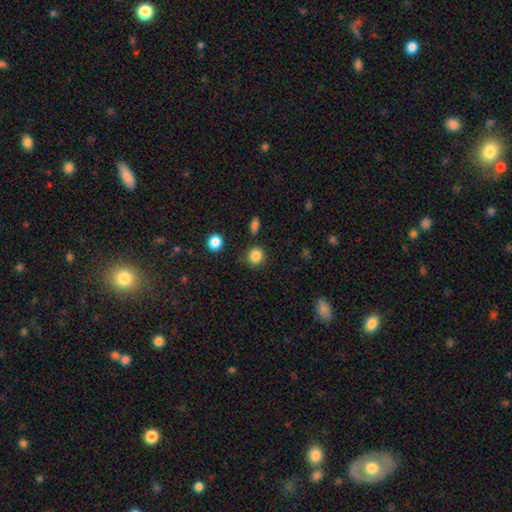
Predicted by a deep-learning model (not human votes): A smooth galaxy with no disk features (85%) that is round (88%). Merging: none (84%).